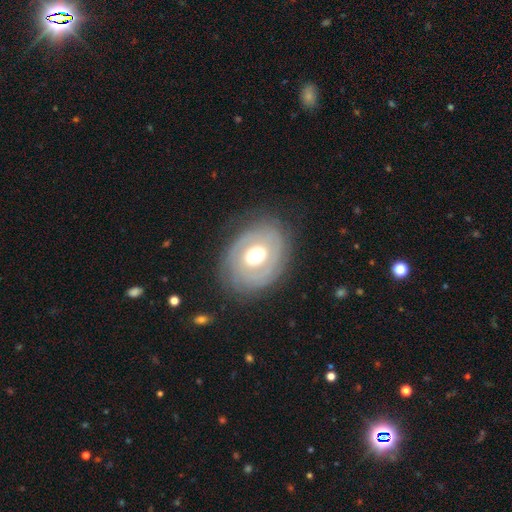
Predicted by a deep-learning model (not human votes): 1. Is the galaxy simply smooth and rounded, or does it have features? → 69% featured or disk, 25% smooth, 6% star or artifact.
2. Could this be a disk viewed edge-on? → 96% no, 4% yes.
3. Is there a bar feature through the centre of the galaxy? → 68% no, 24% weak, 8% strong.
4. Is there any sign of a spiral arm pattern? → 62% yes, 38% no.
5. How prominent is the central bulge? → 66% moderate, 24% large, 7% small, 2% dominant, 1% none.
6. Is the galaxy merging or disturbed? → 77% none, 15% minor disturbance, 7% major disturbance, 1% merger.